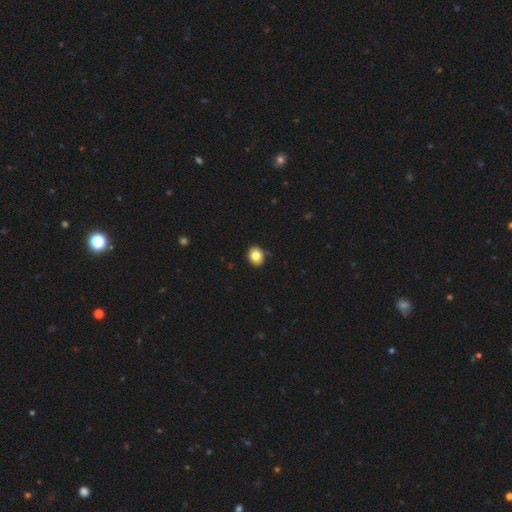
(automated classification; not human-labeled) Smooth or featured? Predicted: smooth (p=0.82). How rounded? Predicted: round (p=0.56). Merging? Predicted: none (p=0.87).